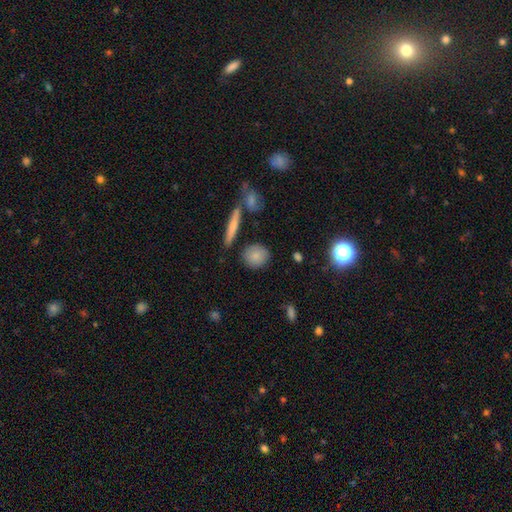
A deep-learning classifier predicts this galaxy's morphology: smooth 83%, featured or disk 10%, star or artifact 7%. Down the decision tree: how rounded — round (76%); merging — none (83%).